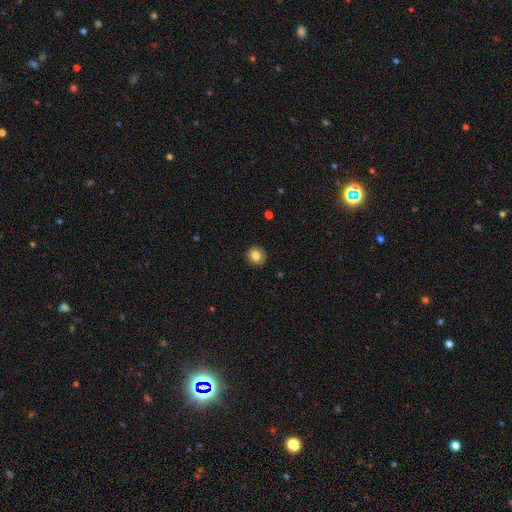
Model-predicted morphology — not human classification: A smooth galaxy with no disk features (83%) that is round (90%).

Vote fractions:
- Smooth or featured? smooth: 83% / star or artifact: 10% / featured or disk: 7%
- How rounded? round: 90% / in between: 9% / cigar-shaped: 1%
- Merging? none: 92% / minor disturbance: 6% / major disturbance: 2% / merger: 1%